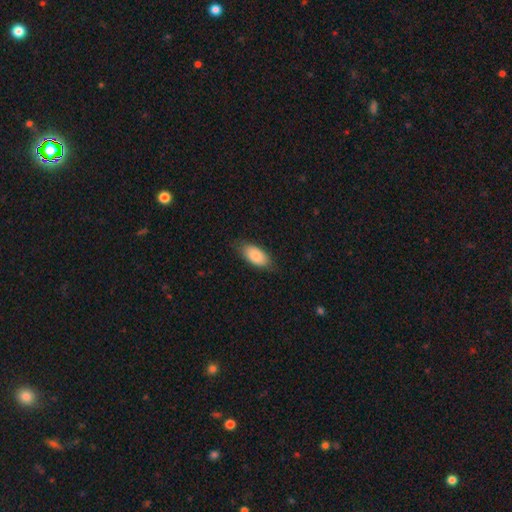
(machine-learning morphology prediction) The model was most divided on "merging": none: 77%, minor disturbance: 18%, major disturbance: 4%, merger: 1%. More confident: how rounded — in between (92%); smooth or featured — smooth (86%).